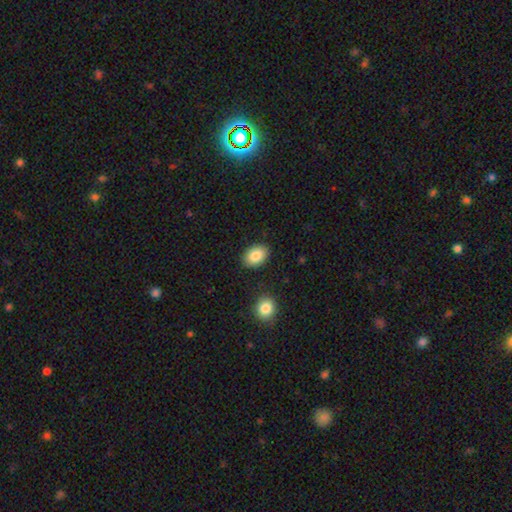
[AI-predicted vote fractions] Q: Smooth or featured?
A: smooth (85%); runner-up: featured or disk (8%)
Q: How rounded?
A: in between (81%); runner-up: round (18%)
Q: Merging?
A: none (87%); runner-up: minor disturbance (9%)